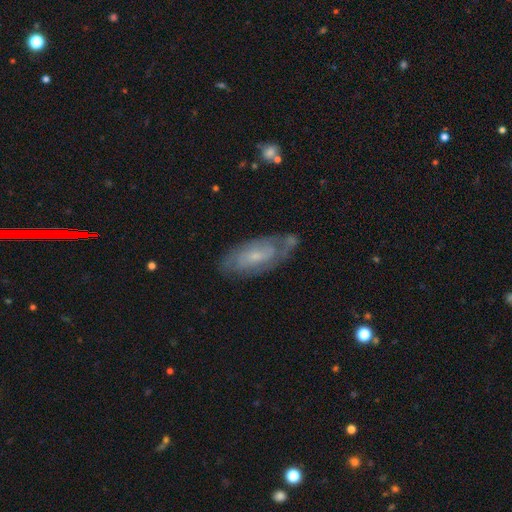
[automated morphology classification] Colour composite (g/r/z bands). It shows a featured or disk galaxy (65%) with no bar (62%), spiral arms (78%) and a small central bulge (69%). Merging: none (63%).